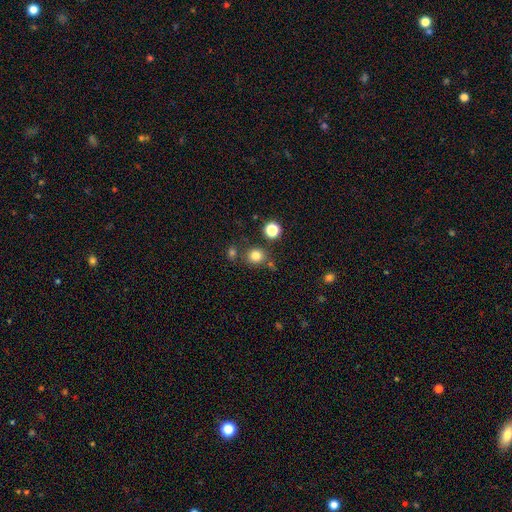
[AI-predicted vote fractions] Smooth or featured: smooth — 80% (star or artifact — 14%)
How rounded: round — 86% (in between — 13%)
Merging: none — 77% (minor disturbance — 10%)